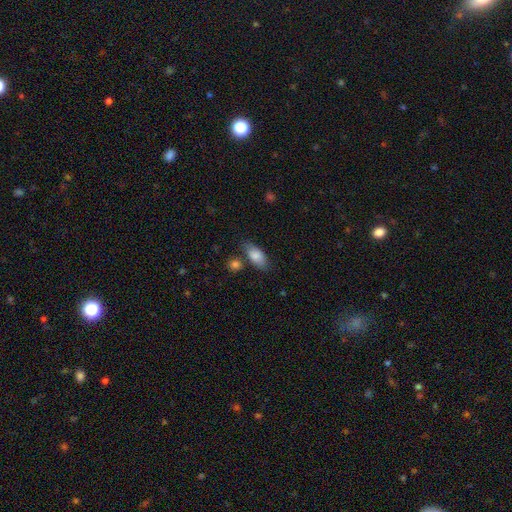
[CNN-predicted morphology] A smooth galaxy with no disk features (83%) that is in between round and cigar-shaped (88%). Merging: none (68%).